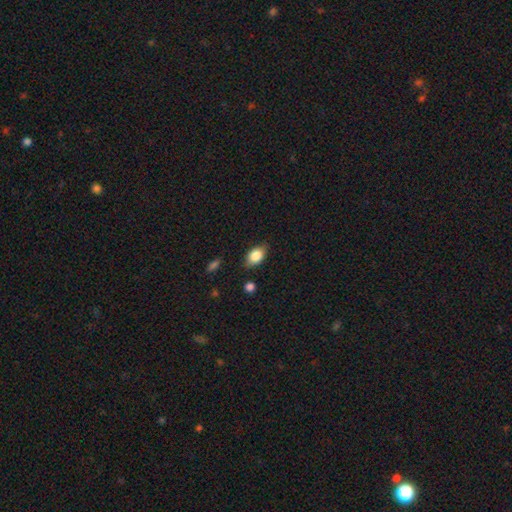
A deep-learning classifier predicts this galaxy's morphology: Smooth or featured? smooth (82%)
How rounded? in between (85%)
Merging? none (81%)